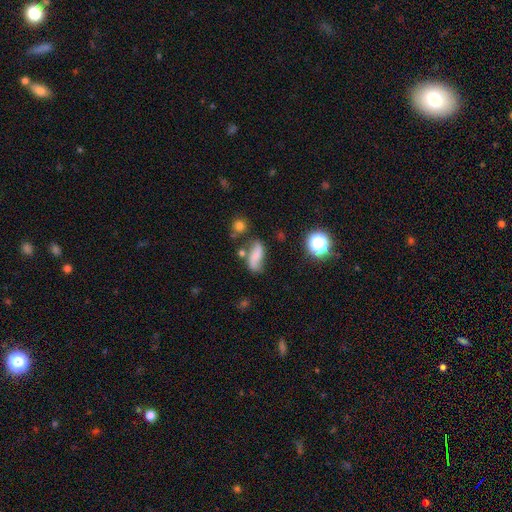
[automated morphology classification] smooth 47%, featured or disk 40%, star or artifact 14%. Down the decision tree: merging — none (54%).